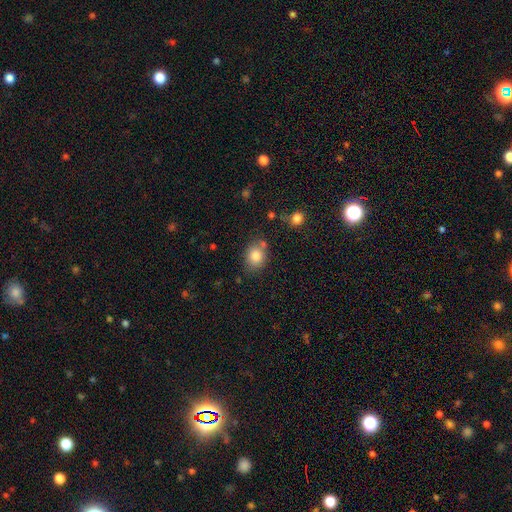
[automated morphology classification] smooth 83%, star or artifact 10%, featured or disk 8%. Down the decision tree: how rounded — round (56%); merging — none (72%).